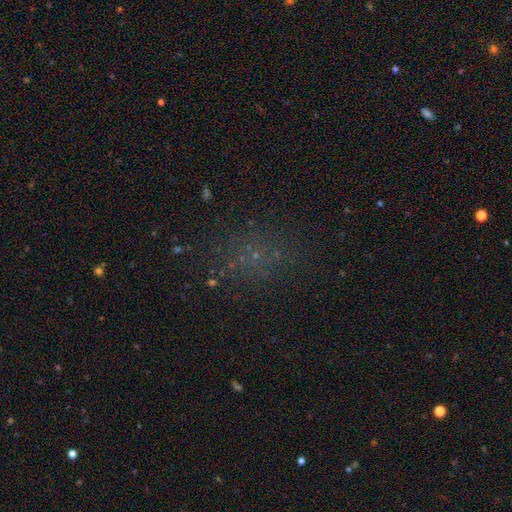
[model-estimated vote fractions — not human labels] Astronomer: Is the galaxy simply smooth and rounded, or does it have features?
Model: smooth — 42%, tied with star or artifact at 42%.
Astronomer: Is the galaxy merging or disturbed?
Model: none — 68%.